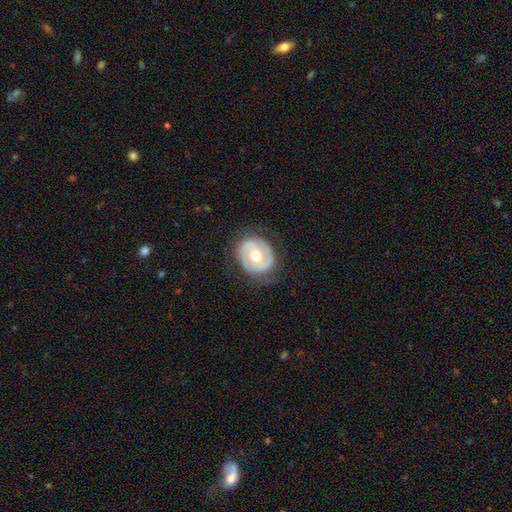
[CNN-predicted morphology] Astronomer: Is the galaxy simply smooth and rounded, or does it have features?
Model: featured or disk — 65%.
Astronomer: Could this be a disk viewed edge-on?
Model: no — 97%.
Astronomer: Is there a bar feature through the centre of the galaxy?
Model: no — 47% (runner-up: weak, 35%).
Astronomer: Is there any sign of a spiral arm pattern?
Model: yes — 55% (runner-up: no, 45%).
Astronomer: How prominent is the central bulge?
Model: moderate — 78%.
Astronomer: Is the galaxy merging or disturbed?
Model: none — 74%.